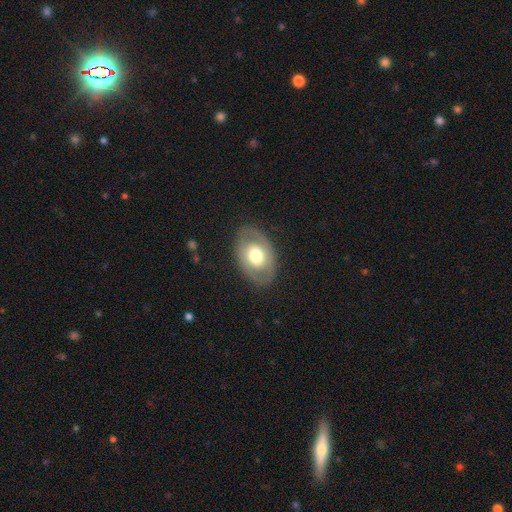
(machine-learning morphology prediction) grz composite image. It shows a smooth galaxy with no disk features (48%). Merging: none (83%).